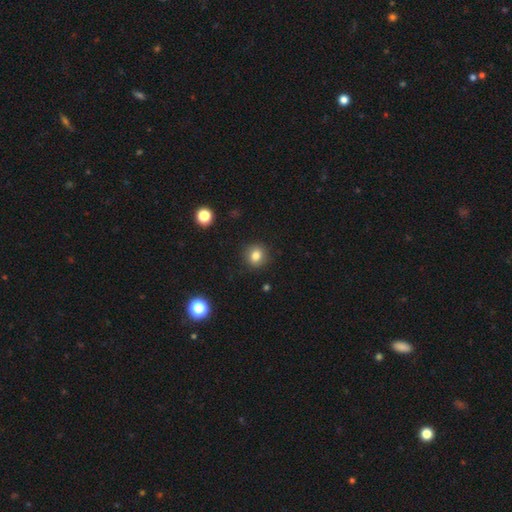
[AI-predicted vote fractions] A smooth galaxy with no disk features (82%) that is round (85%).

Vote fractions:
- Smooth or featured? smooth: 82% / star or artifact: 11% / featured or disk: 7%
- How rounded? round: 85% / in between: 14% / cigar-shaped: 1%
- Merging? none: 89% / minor disturbance: 7% / major disturbance: 2% / merger: 1%